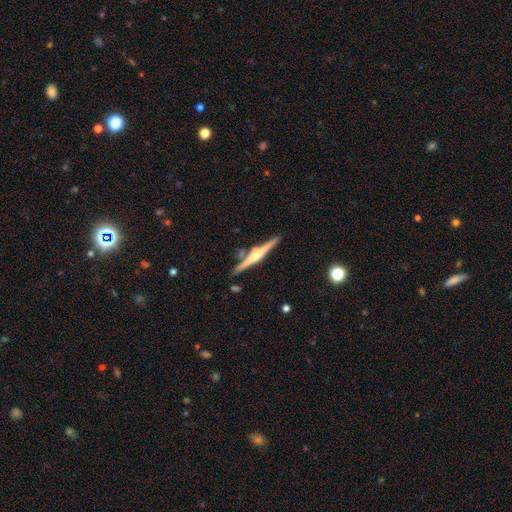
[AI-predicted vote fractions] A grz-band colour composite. It shows a featured or disk galaxy (71%) viewed edge-on (98%) with a rounded central bulge (75%). Merging: none (81%).